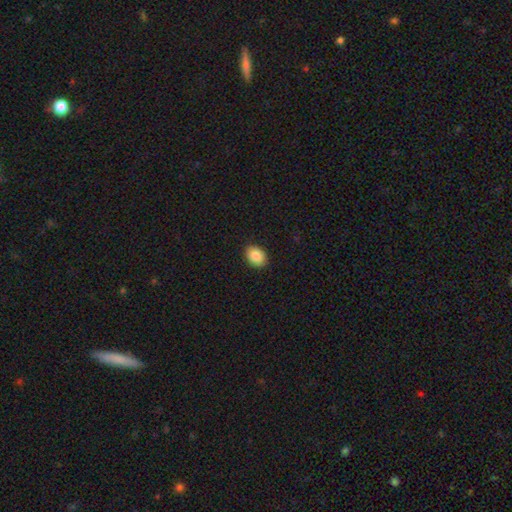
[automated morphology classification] Smooth or featured?
  - smooth: 87% *
  - star or artifact: 7%
  - featured or disk: 5%
How rounded?
  - in between: 74% *
  - round: 25%
  - cigar-shaped: 1%
Merging?
  - none: 90% *
  - minor disturbance: 7%
  - major disturbance: 2%
  - merger: 1%